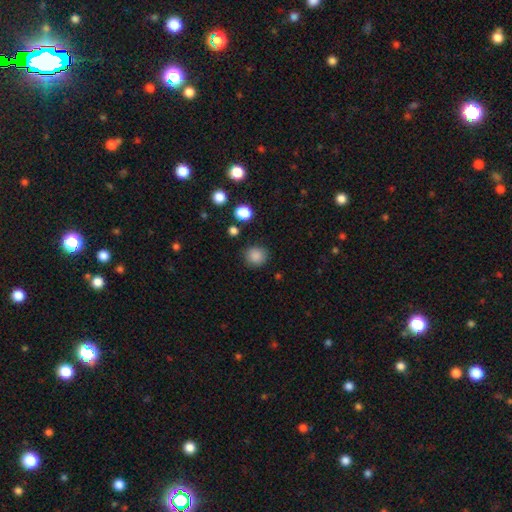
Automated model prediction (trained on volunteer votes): This is clearly a smooth galaxy (86%). How rounded: clearly round (88%). Merging: clearly none (87%).